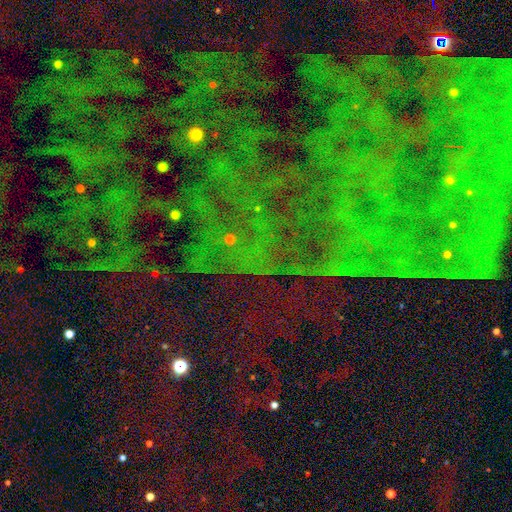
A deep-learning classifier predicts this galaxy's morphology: A star or artifact, not a galaxy (84%).